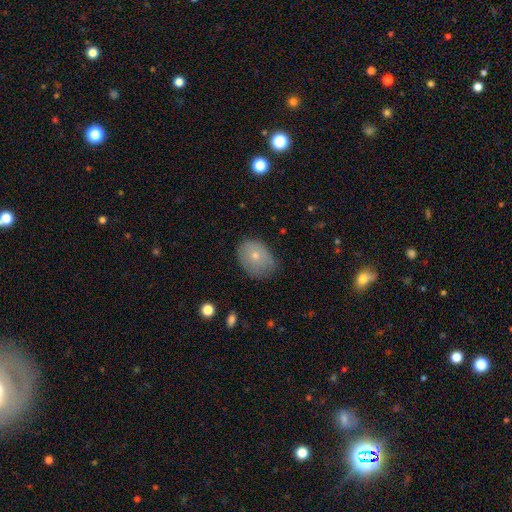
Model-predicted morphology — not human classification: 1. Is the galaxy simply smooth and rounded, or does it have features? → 72% smooth, 20% featured or disk, 8% star or artifact.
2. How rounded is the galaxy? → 67% in between, 32% round, 1% cigar-shaped.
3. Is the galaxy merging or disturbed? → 63% none, 29% minor disturbance, 7% major disturbance, 1% merger.